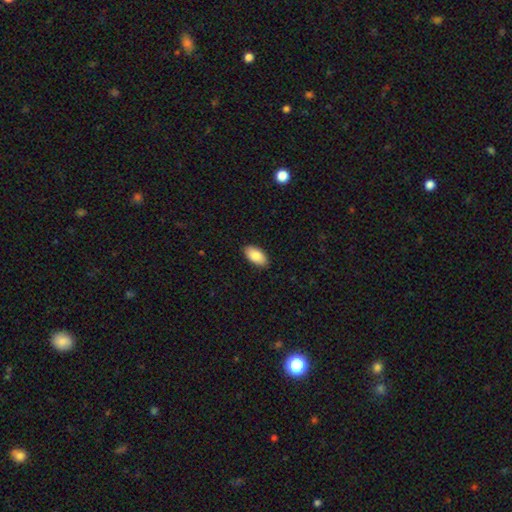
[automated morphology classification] Overall: smooth (88%). How rounded: in between (95%). Merging: none (89%).